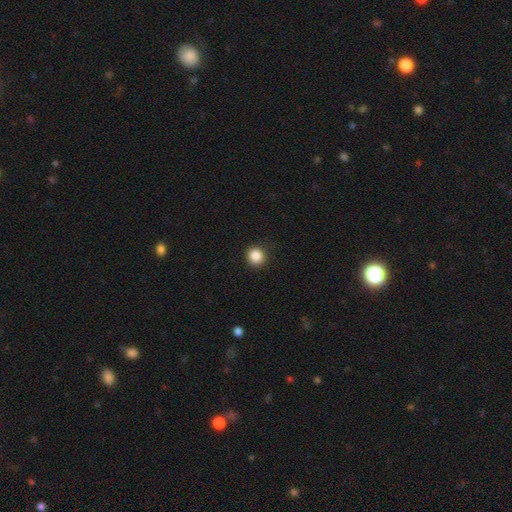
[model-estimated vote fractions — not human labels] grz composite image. It shows a smooth galaxy with no disk features (87%) that is round (92%). Merging: none (90%).